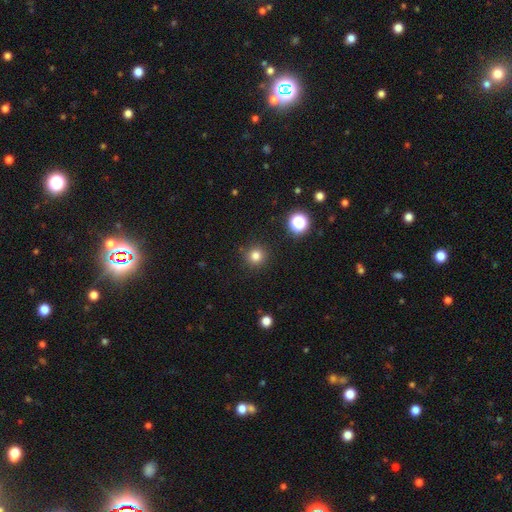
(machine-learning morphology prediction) A smooth galaxy with no disk features (80%) that is round (95%).

Vote fractions:
- Smooth or featured? smooth: 80% / star or artifact: 15% / featured or disk: 5%
- How rounded? round: 95% / in between: 4% / cigar-shaped: 1%
- Merging? none: 90% / minor disturbance: 6% / major disturbance: 2% / merger: 2%